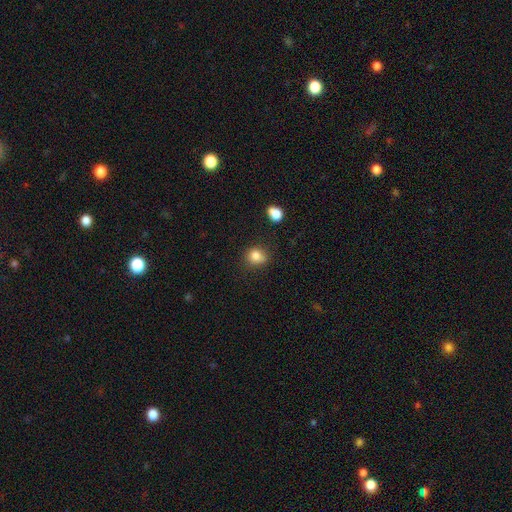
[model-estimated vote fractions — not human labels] Q: Smooth or featured?
A: smooth (81%); runner-up: star or artifact (12%)
Q: How rounded?
A: round (75%); runner-up: in between (24%)
Q: Merging?
A: none (68%); runner-up: minor disturbance (20%)